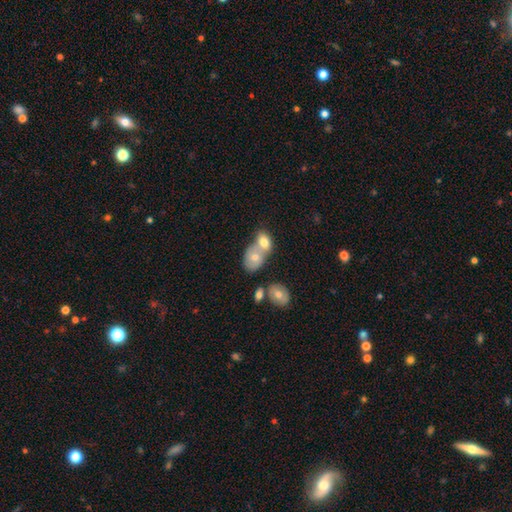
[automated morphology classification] Smooth or featured: smooth — 66% (featured or disk — 24%)
How rounded: in between — 68% (round — 30%)
Merging: merger — 63% (none — 26%)